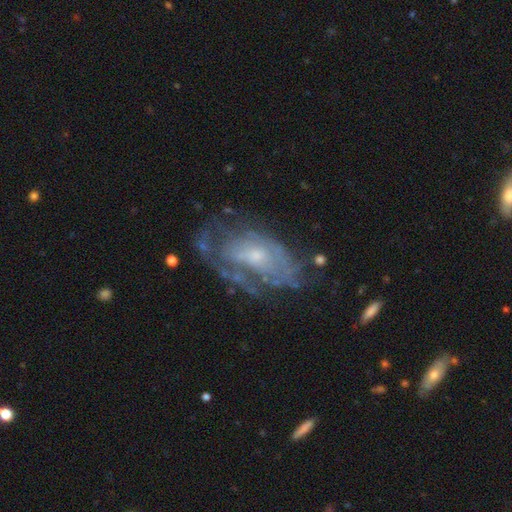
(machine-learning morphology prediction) A featured or disk galaxy (73%) with no bar (72%), spiral arms (63%) and a small central bulge (55%). Merging: none (54%).